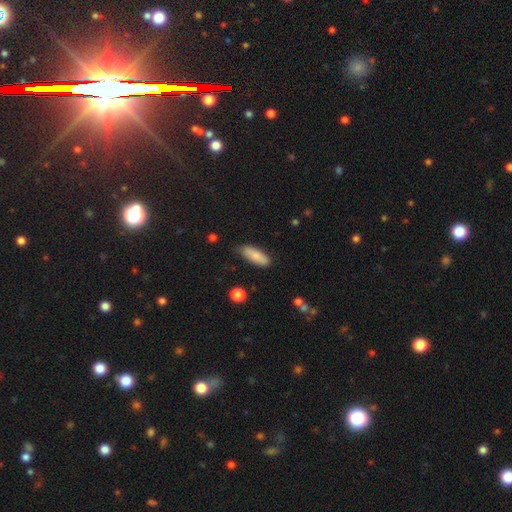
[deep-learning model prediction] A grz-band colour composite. It shows a smooth galaxy with no disk features (81%) that is in between round and cigar-shaped (57%). Merging: none (78%).